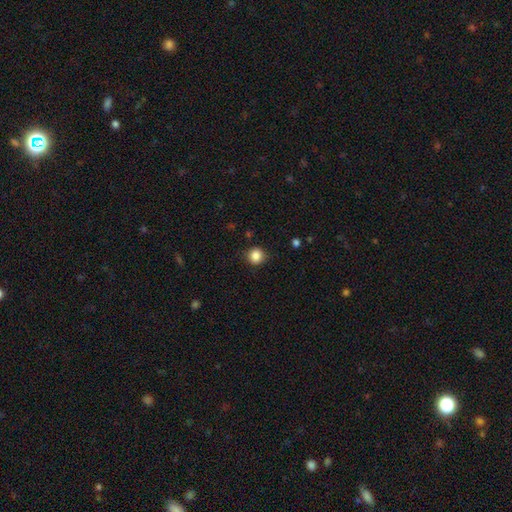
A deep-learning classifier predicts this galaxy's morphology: Smooth or featured: smooth — 86% (star or artifact — 10%)
How rounded: round — 89% (in between — 10%)
Merging: none — 86% (minor disturbance — 10%)